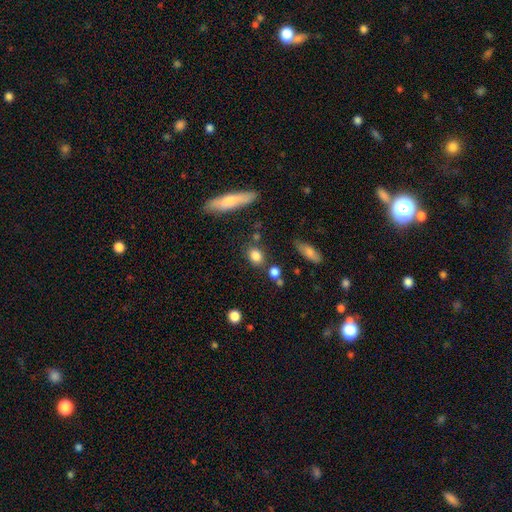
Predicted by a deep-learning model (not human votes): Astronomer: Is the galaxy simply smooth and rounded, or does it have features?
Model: smooth — 83%.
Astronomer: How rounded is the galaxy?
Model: round — 49% (runner-up: in between, 47%).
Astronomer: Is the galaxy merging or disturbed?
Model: none — 76%.